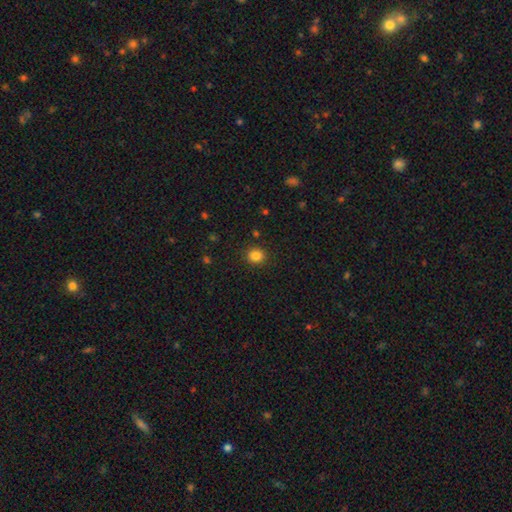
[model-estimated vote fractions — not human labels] Smooth or featured? smooth (84%)
How rounded? round (85%)
Merging? none (90%)